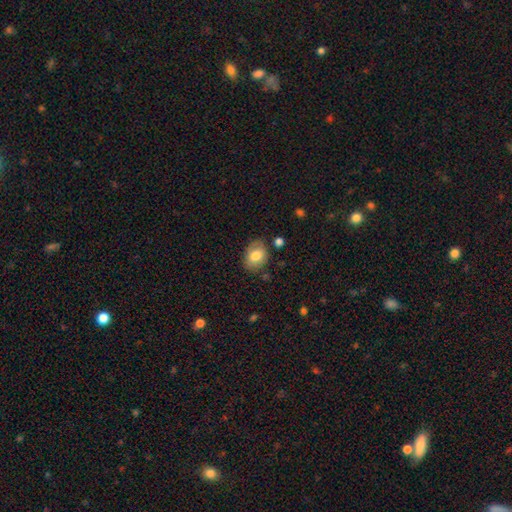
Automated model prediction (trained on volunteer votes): Morphology: type=smooth (73%); roundness=in between (64%); merging=none (75%).